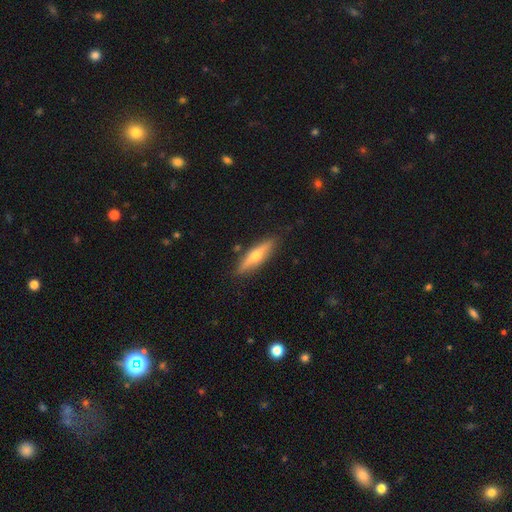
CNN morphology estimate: Smooth or featured?
  - featured or disk: 54% *
  - smooth: 40%
  - star or artifact: 6%
Edge-on disk?
  - yes: 91% *
  - no: 9%
Merging?
  - none: 86% *
  - minor disturbance: 10%
  - major disturbance: 2%
  - merger: 2%